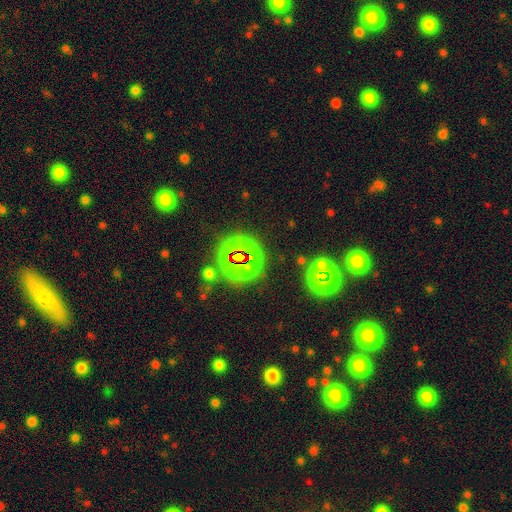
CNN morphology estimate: The model was most divided on "smooth or featured": star or artifact: 74%, smooth: 17%, featured or disk: 9%.